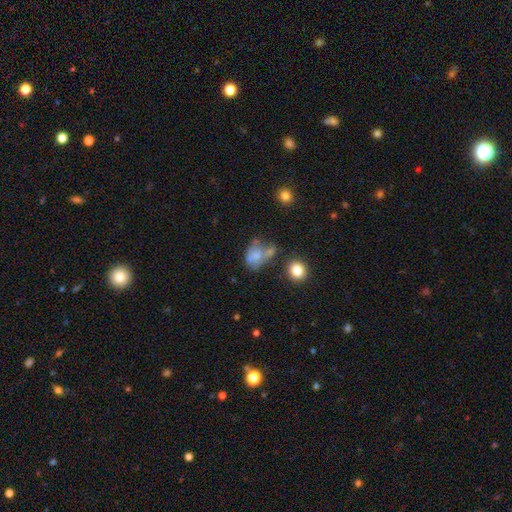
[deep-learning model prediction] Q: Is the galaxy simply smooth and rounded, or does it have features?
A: smooth — 60%.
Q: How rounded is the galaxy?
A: in between — 67%.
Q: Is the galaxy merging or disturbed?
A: merger — 30%.